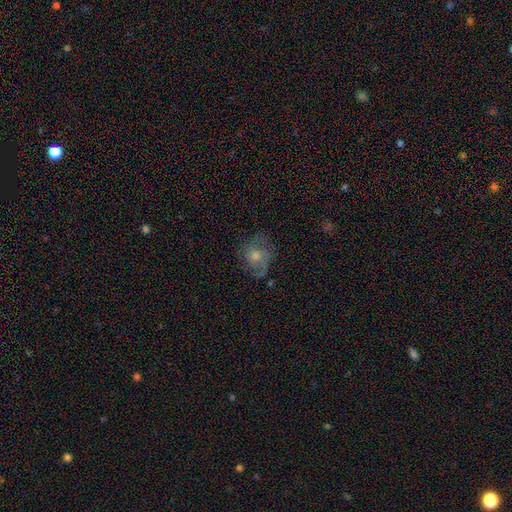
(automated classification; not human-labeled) A featured or disk galaxy (58%) with no bar (79%), spiral arms (83%) and a moderate central bulge (62%).

Vote fractions:
- Smooth or featured? featured or disk: 58% / smooth: 28% / star or artifact: 14%
- Edge-on disk? no: 96% / yes: 4%
- Bar? no: 79% / weak: 18% / strong: 3%
- Spiral arms? yes: 83% / no: 17%
- Bulge size? moderate: 62% / small: 27% / large: 8% / none: 3% / dominant: 1%
- Merging? none: 70% / minor disturbance: 19% / major disturbance: 10% / merger: 2%